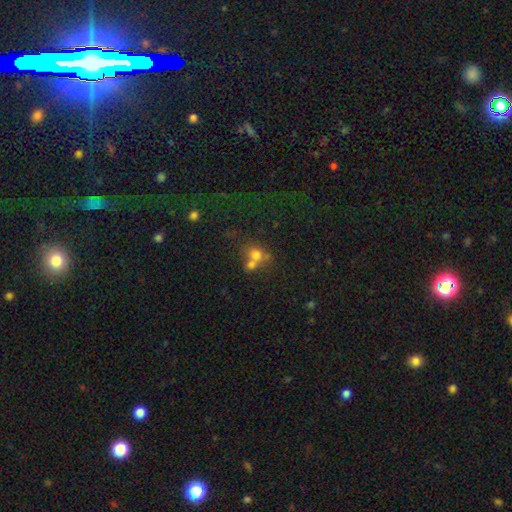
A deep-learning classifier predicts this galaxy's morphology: Q: Smooth or featured?
A: smooth (68%); runner-up: featured or disk (16%)
Q: How rounded?
A: round (67%); runner-up: in between (32%)
Q: Merging?
A: merger (56%); runner-up: none (31%)